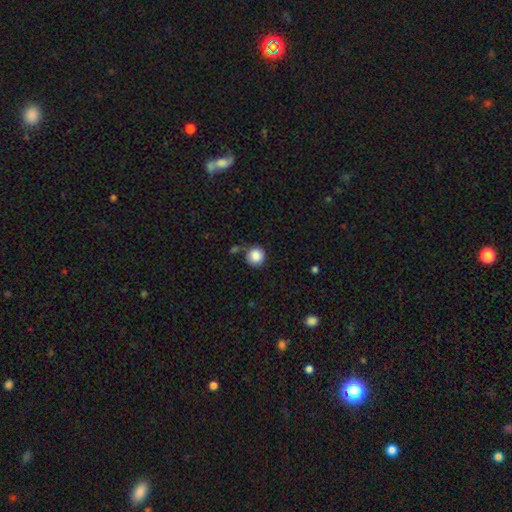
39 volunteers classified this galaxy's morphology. This appears to be a smooth galaxy with no disk features (77%) that is round (93%). Merging: none (68%).